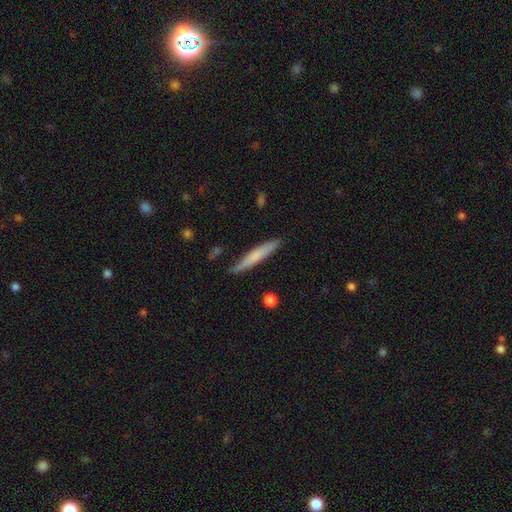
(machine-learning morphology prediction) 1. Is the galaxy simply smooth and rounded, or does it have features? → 63% smooth, 32% featured or disk, 6% star or artifact.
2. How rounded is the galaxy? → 94% cigar-shaped, 5% in between, 1% round.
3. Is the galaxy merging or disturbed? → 80% none, 15% minor disturbance, 3% major disturbance, 2% merger.